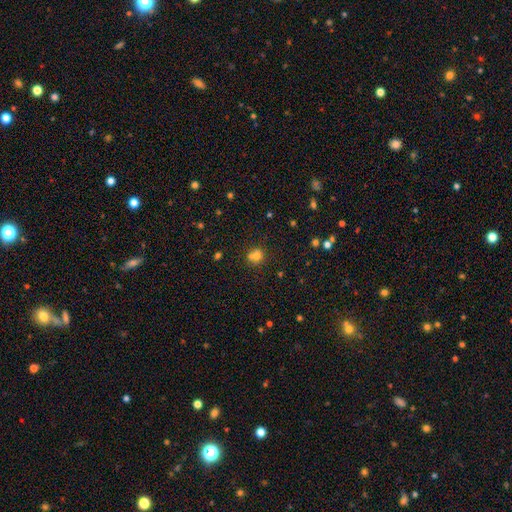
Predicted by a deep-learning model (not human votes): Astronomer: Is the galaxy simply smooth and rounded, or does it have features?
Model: smooth — 70%.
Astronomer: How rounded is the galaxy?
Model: round — 80%.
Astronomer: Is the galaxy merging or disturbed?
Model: merger — 44% (runner-up: none, 43%).